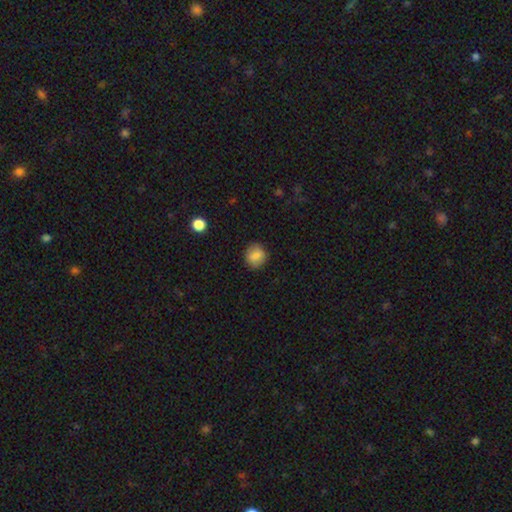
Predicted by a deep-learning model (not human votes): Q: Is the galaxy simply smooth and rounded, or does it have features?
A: smooth — 82%.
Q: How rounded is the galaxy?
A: round — 79%.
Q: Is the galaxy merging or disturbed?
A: none — 85%.